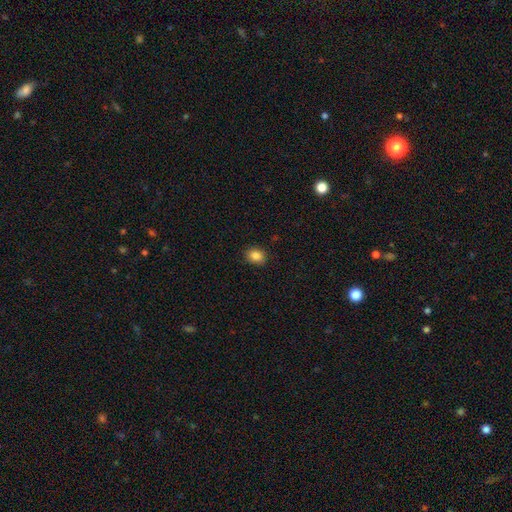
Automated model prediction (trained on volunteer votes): Smooth or featured? smooth (85%)
How rounded? in between (52%)
Merging? none (89%)